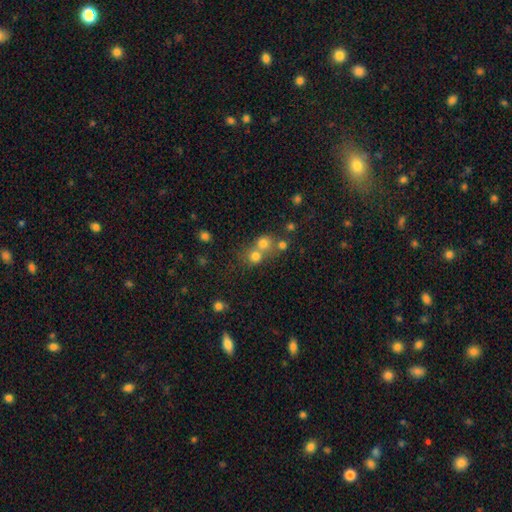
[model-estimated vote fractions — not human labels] This is likely a smooth galaxy (72%). How rounded: clearly round (87%). Merging: possibly merger (47%).